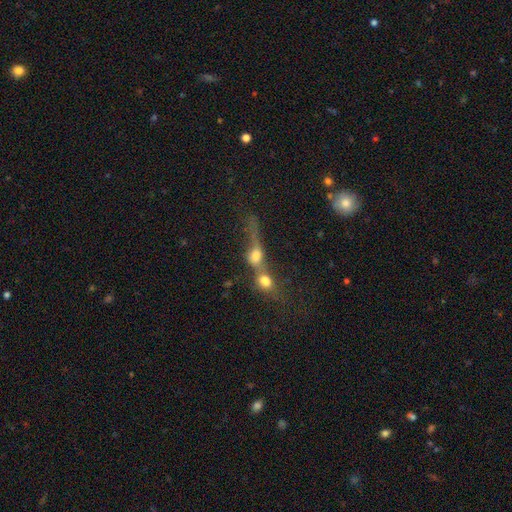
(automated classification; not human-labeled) This appears to be a smooth galaxy with no disk features (57%) that is round (43%). Merging: merger (73%).